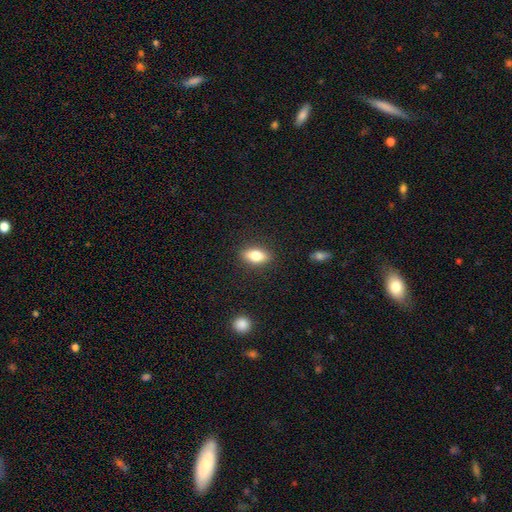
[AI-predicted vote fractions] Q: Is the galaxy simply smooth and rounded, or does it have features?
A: smooth — 73%.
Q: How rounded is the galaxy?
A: in between — 79%.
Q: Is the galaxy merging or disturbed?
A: none — 87%.